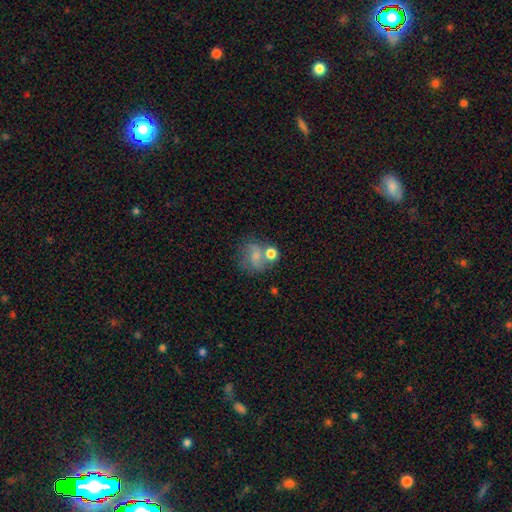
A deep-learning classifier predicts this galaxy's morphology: type=smooth (52%); roundness=round (65%); merging=none (42%).